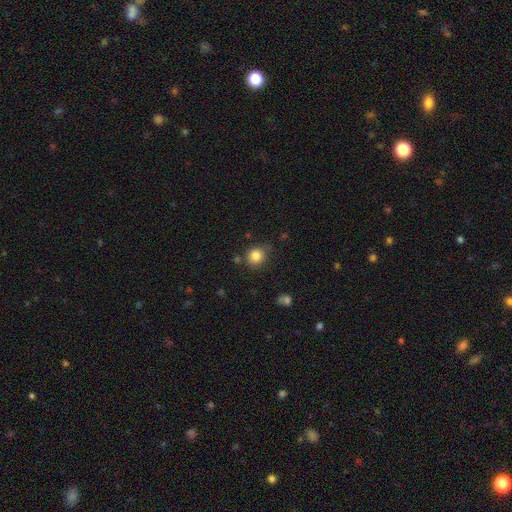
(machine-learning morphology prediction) Overall: smooth (84%). How rounded: round (87%). Merging: none (80%).